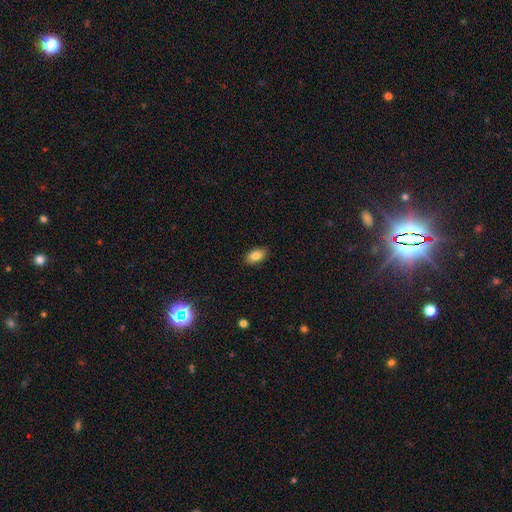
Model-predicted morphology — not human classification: Overall: smooth (83%). How rounded: in between (91%). Merging: none (88%).